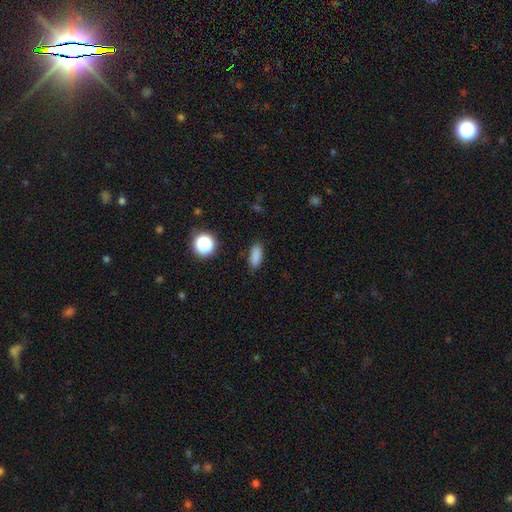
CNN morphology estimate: This appears to be a smooth galaxy with no disk features (84%) that is in between round and cigar-shaped (77%). Merging: none (84%).